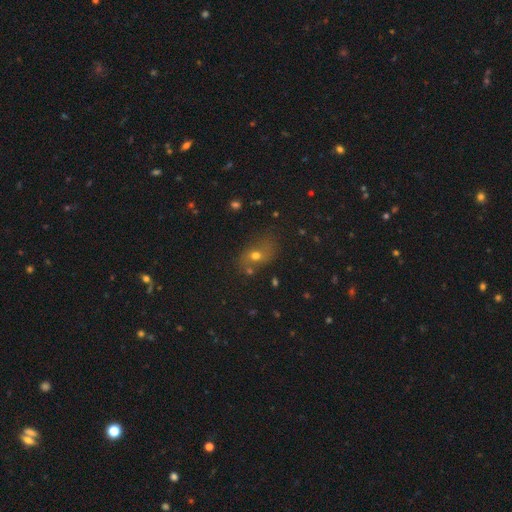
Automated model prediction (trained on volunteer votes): smooth 62%, star or artifact 20%, featured or disk 18%. Down the decision tree: how rounded — in between (64%); merging — none (60%).